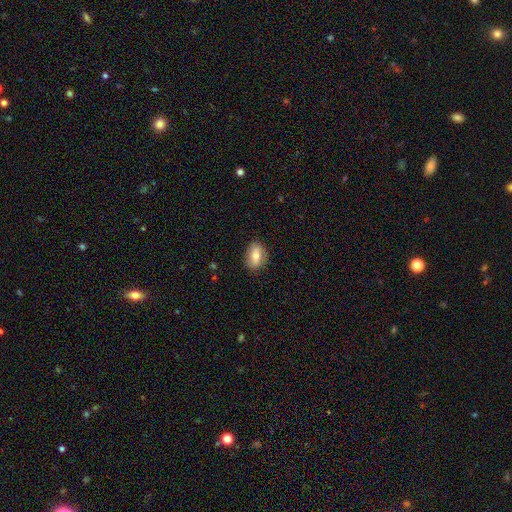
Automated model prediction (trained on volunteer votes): This appears to be a smooth galaxy with no disk features (66%) that is in between round and cigar-shaped (77%). Merging: none (83%).